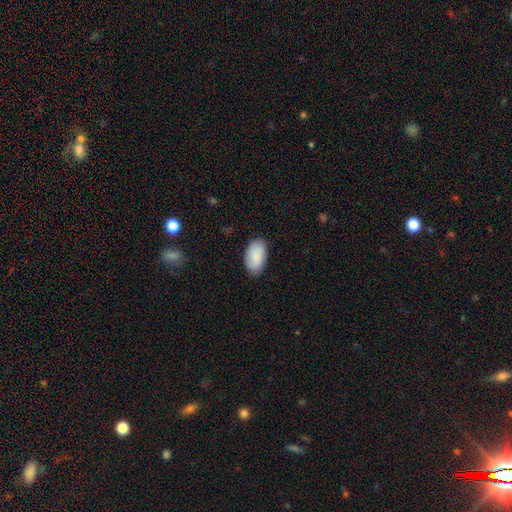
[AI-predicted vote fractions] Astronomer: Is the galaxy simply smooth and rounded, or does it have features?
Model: smooth — 89%.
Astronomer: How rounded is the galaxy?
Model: in between — 95%.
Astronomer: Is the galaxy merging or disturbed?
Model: none — 85%.